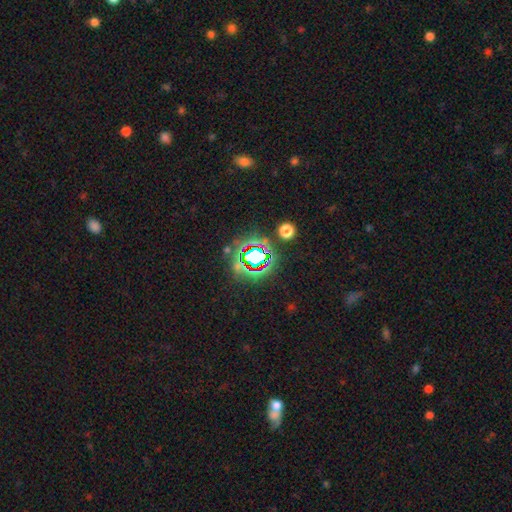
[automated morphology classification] star or artifact 70%, smooth 19%, featured or disk 11%.